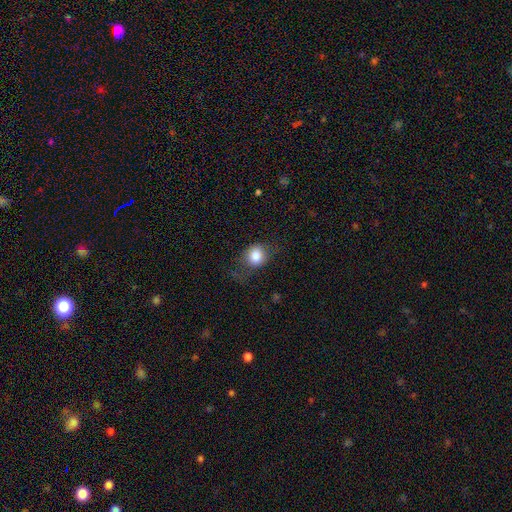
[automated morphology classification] type=smooth (79%); roundness=round (67%); merging=none (63%).